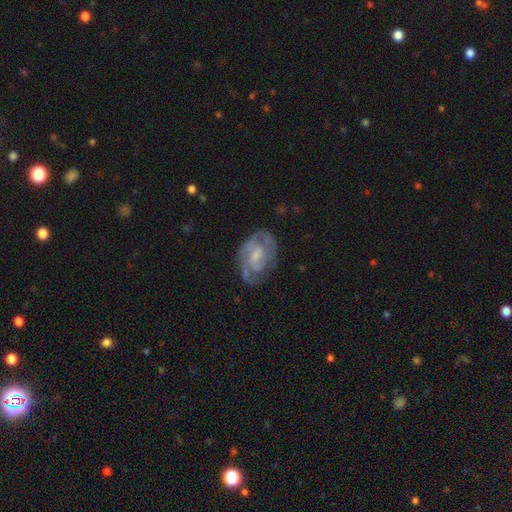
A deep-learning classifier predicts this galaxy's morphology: featured or disk 78%, smooth 16%, star or artifact 6%. Down the decision tree: edge-on disk — no (97%); bar — weak (49%); spiral arms — yes (90%); spiral arm count — 2 (45%); spiral winding — tight (46%); bulge size — small (50%); merging — none (66%).